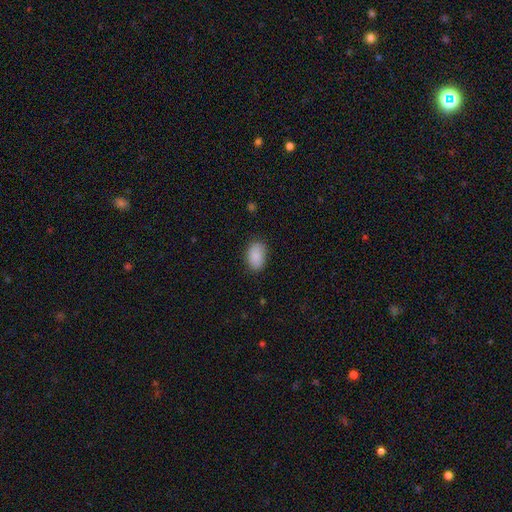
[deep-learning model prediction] Q: Smooth or featured?
A: smooth (88%); runner-up: star or artifact (7%)
Q: How rounded?
A: in between (89%); runner-up: round (9%)
Q: Merging?
A: none (82%); runner-up: minor disturbance (14%)